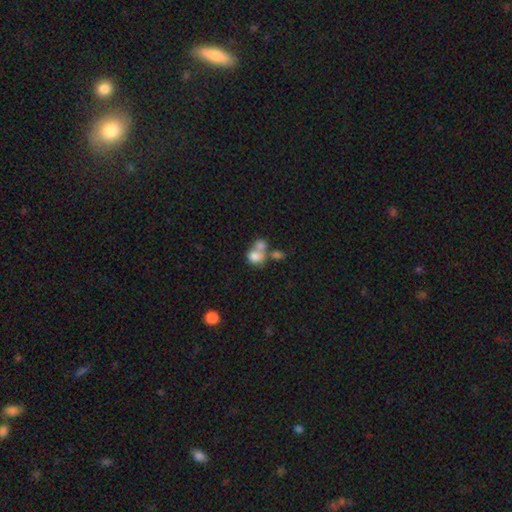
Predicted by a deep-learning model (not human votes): smooth-or-featured: smooth: 73% | featured or disk: 17% | star or artifact: 10%
  how-rounded: round: 57% | in between: 42% | cigar-shaped: 1%
  merging: merger: 63% | none: 23% | minor disturbance: 8% | major disturbance: 6%